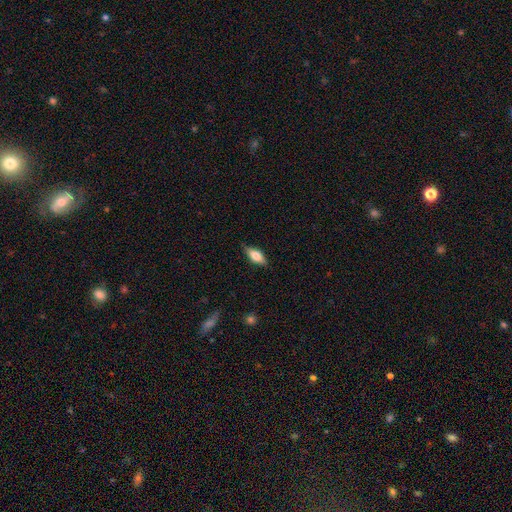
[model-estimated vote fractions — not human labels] smooth_or_featured: smooth (p=0.68) [alt: featured or disk p=0.25]
how_rounded: in between (p=0.77) [alt: cigar-shaped p=0.19]
merging: none (p=0.82) [alt: minor disturbance p=0.15]